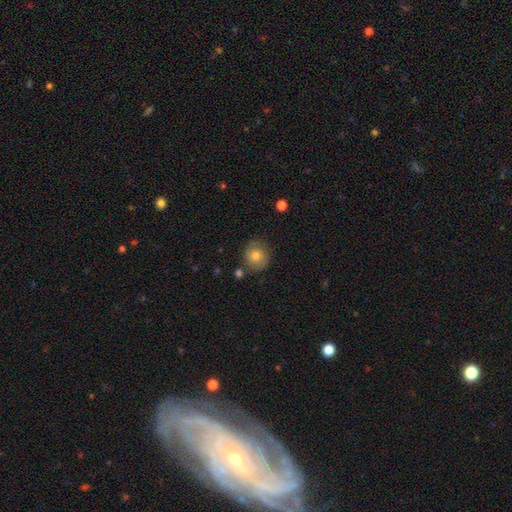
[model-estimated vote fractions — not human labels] The model was most divided on "smooth or featured": smooth: 77%, featured or disk: 14%, star or artifact: 9%. More confident: how rounded — round (86%); merging — none (78%).